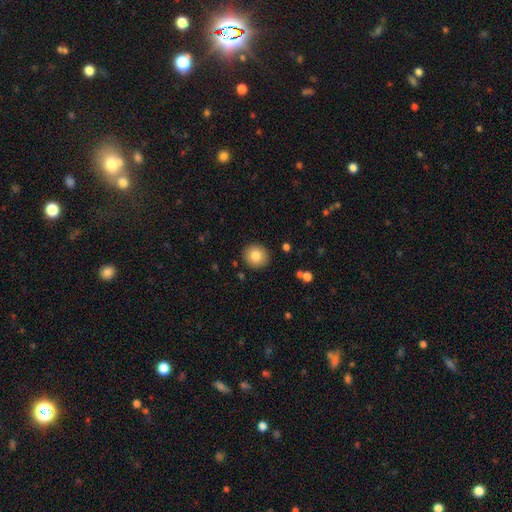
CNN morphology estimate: type=smooth (82%); roundness=round (89%); merging=none (91%).